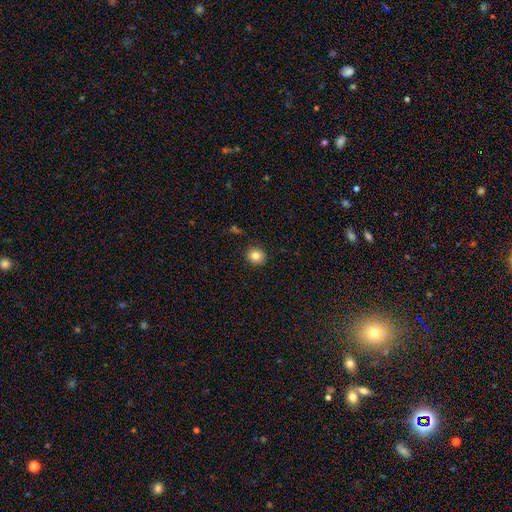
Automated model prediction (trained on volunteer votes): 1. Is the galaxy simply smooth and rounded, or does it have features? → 82% smooth, 10% star or artifact, 8% featured or disk.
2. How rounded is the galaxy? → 86% round, 13% in between, 1% cigar-shaped.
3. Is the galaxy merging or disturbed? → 90% none, 7% minor disturbance, 2% major disturbance, 1% merger.